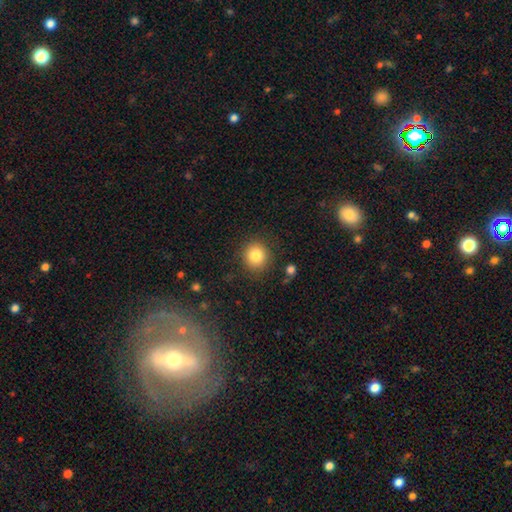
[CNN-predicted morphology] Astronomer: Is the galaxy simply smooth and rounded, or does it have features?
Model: smooth — 83%.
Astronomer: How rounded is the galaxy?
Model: round — 87%.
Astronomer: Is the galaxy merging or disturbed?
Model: none — 87%.